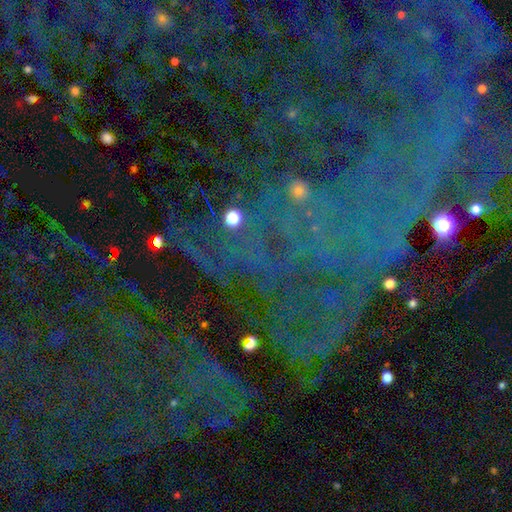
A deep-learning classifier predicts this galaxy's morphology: The model was most divided on "smooth or featured": star or artifact: 80%, featured or disk: 11%, smooth: 9%.